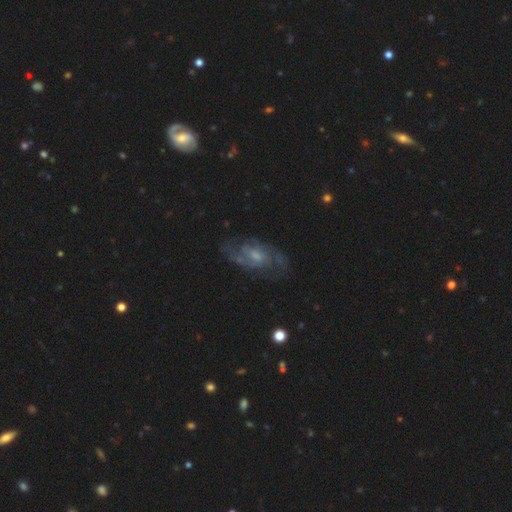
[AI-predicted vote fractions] The model was most divided on "bulge size": small: 42%, moderate: 40%, none: 12%, large: 5%, dominant: 1%. More confident: edge-on disk — no (96%); spiral arms — yes (94%); smooth or featured — featured or disk (84%); spiral arm count — 2 (75%); merging — none (72%); spiral winding — medium (52%); bar — weak (52%).